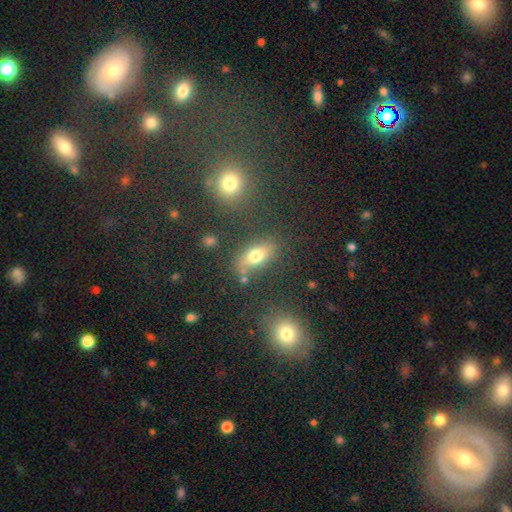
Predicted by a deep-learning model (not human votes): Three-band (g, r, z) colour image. It shows a smooth galaxy with no disk features (69%) that is in between round and cigar-shaped (75%). Merging: none (73%).